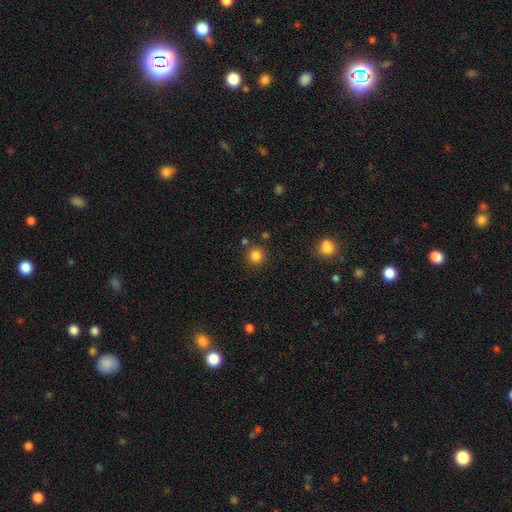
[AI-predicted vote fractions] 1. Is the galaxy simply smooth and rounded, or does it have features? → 83% smooth, 13% star or artifact, 4% featured or disk.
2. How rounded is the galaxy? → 92% round, 7% in between, 1% cigar-shaped.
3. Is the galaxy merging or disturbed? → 86% none, 7% minor disturbance, 5% merger, 3% major disturbance.